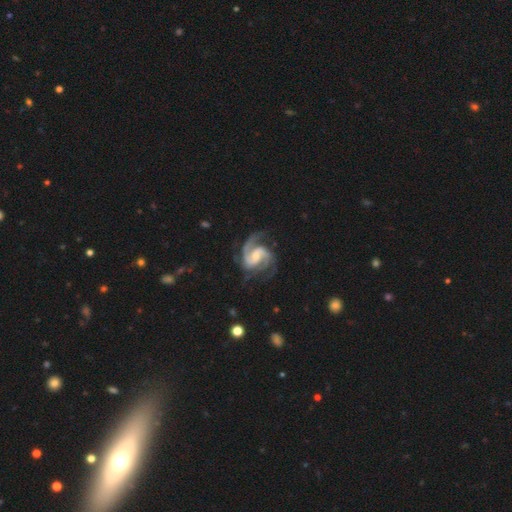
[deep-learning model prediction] This is clearly a featured or disk galaxy (92%). It is clearly not viewed edge-on (98%). Bar: possibly weak (48%). Spiral arm pattern: clearly yes (98%). Spiral arm count: likely 2 (61%). Spiral winding: possibly medium (57%). Central bulge: possibly small (47%). Merging: likely none (68%).